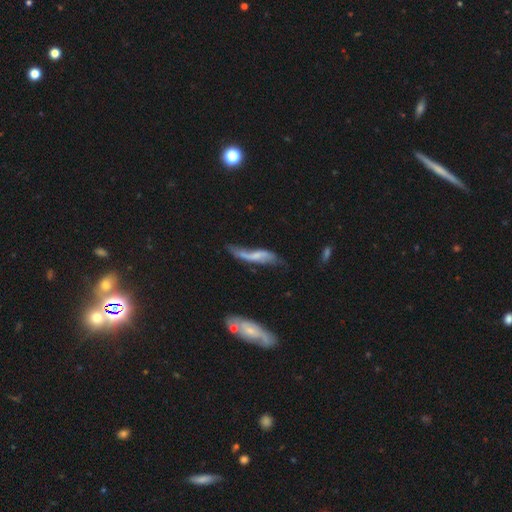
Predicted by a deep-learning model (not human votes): Q: Smooth or featured?
A: featured or disk (64%); runner-up: smooth (28%)
Q: Edge-on disk?
A: no (75%); runner-up: yes (25%)
Q: Merging?
A: none (38%); runner-up: minor disturbance (28%)